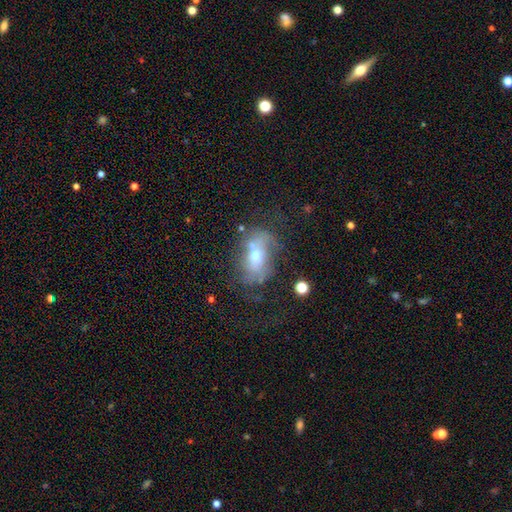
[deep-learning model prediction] smooth-or-featured: featured or disk: 47% | smooth: 41% | star or artifact: 11%
  merging: none: 43% | minor disturbance: 24% | major disturbance: 23% | merger: 10%